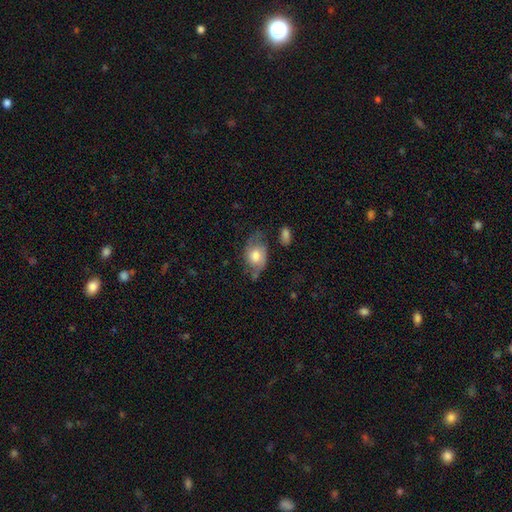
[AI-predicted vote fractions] Smooth or featured: smooth — 48% (featured or disk — 45%)
Merging: none — 47% (minor disturbance — 32%)